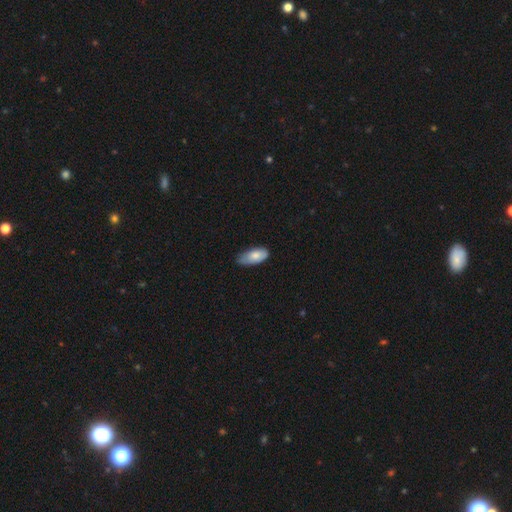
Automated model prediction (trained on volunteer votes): Smooth or featured? Predicted: smooth (p=0.80). How rounded? Predicted: in between (p=0.90). Merging? Predicted: none (p=0.57).